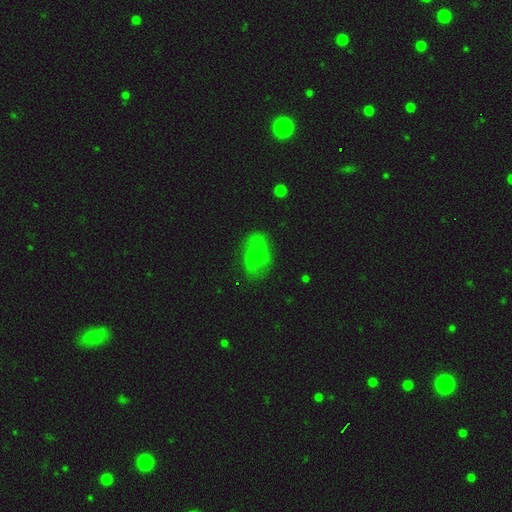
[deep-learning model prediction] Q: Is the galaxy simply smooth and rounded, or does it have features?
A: featured or disk — 67%.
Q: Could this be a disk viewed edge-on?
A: no — 97%.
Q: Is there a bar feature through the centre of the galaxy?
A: weak — 47%.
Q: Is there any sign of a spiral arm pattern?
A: yes — 90%.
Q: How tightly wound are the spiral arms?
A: loose — 55%.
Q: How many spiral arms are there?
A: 2 — 87%.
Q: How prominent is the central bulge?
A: small — 50%.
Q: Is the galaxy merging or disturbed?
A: none — 69%.